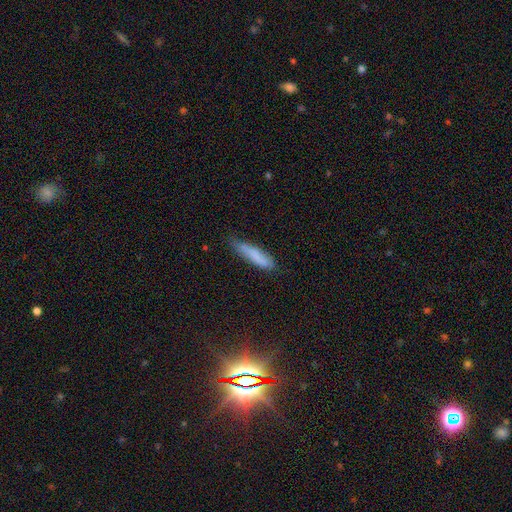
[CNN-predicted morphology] smooth-or-featured: smooth: 79% | featured or disk: 14% | star or artifact: 7%
  how-rounded: cigar-shaped: 83% | in between: 16% | round: 1%
  merging: none: 66% | minor disturbance: 27% | major disturbance: 6% | merger: 2%